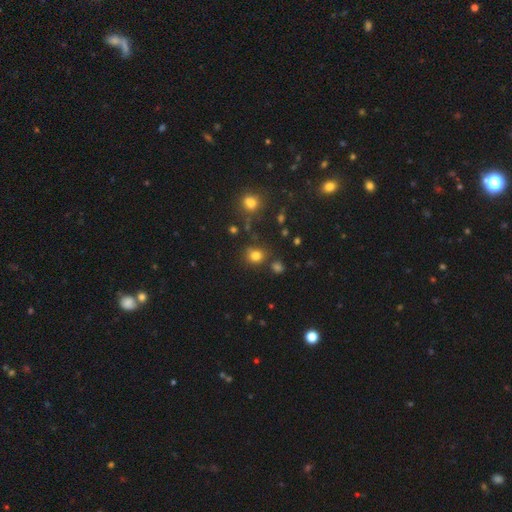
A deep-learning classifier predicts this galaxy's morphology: Overall: smooth (78%). How rounded: round (75%). Merging: none (77%).